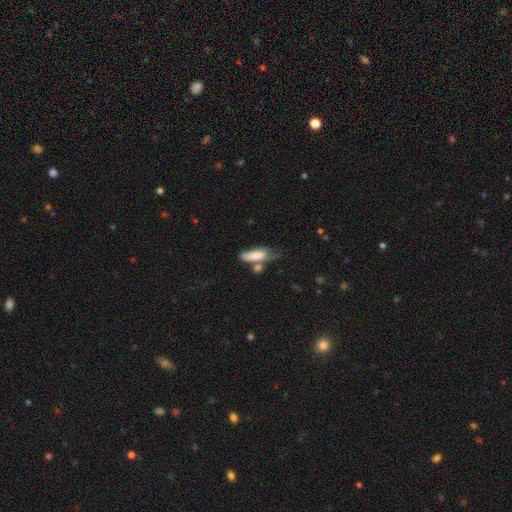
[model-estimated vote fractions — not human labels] smooth 76%, featured or disk 17%, star or artifact 7%. Down the decision tree: how rounded — in between (64%); merging — none (34%).